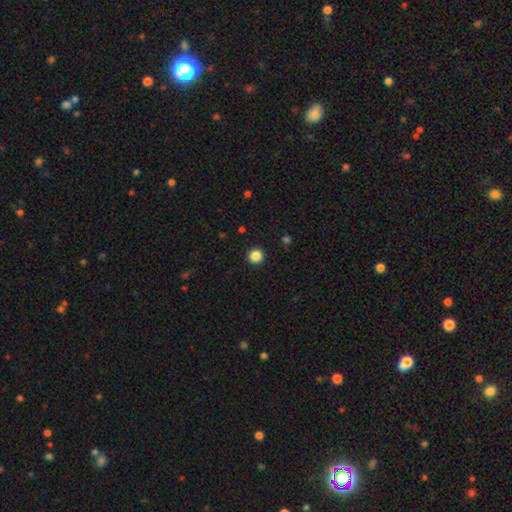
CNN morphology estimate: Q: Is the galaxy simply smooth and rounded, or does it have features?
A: smooth — 86%.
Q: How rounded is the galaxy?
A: round — 96%.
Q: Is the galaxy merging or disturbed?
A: none — 93%.